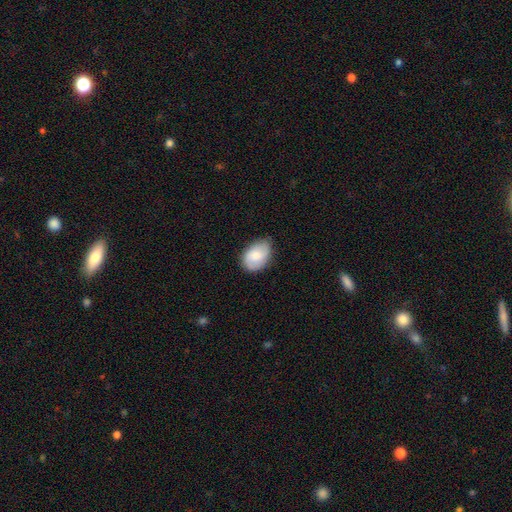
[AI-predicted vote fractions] smooth_or_featured: smooth (p=0.71) [alt: featured or disk p=0.22]
how_rounded: in between (p=0.84) [alt: round p=0.15]
merging: none (p=0.69) [alt: minor disturbance p=0.25]